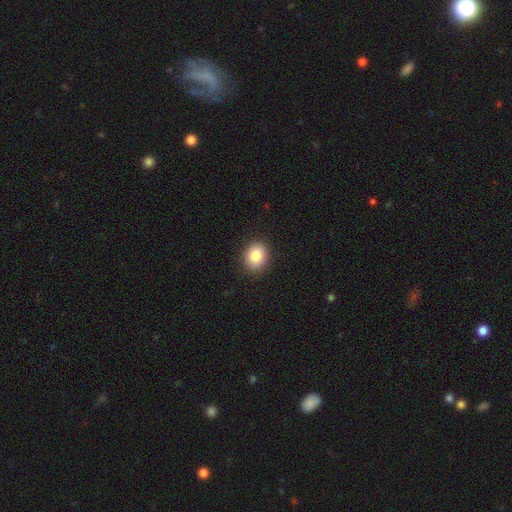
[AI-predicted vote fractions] Q: Smooth or featured?
A: smooth (85%); runner-up: star or artifact (9%)
Q: How rounded?
A: round (57%); runner-up: in between (42%)
Q: Merging?
A: none (90%); runner-up: minor disturbance (7%)